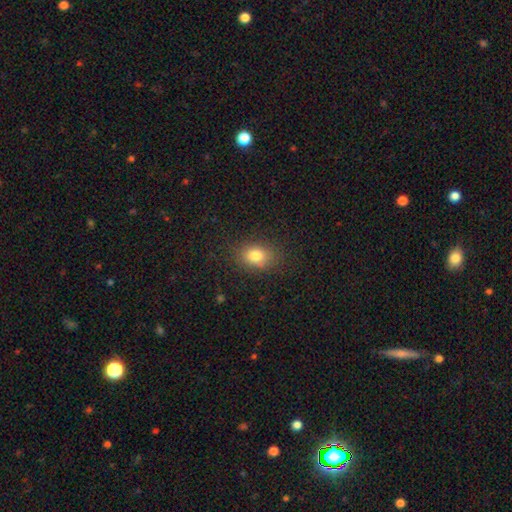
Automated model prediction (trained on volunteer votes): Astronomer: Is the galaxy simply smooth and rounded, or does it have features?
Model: smooth — 80%.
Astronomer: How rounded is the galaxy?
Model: in between — 61% (runner-up: round, 38%).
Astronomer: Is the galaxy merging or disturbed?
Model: none — 82%.